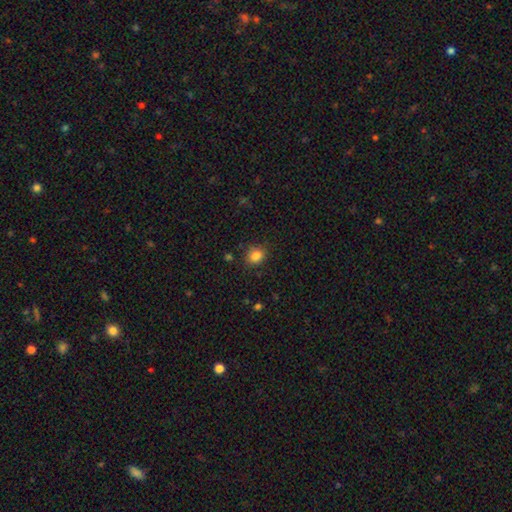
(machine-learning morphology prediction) Q: Smooth or featured?
A: smooth (84%); runner-up: star or artifact (11%)
Q: How rounded?
A: round (63%); runner-up: in between (36%)
Q: Merging?
A: none (85%); runner-up: minor disturbance (10%)